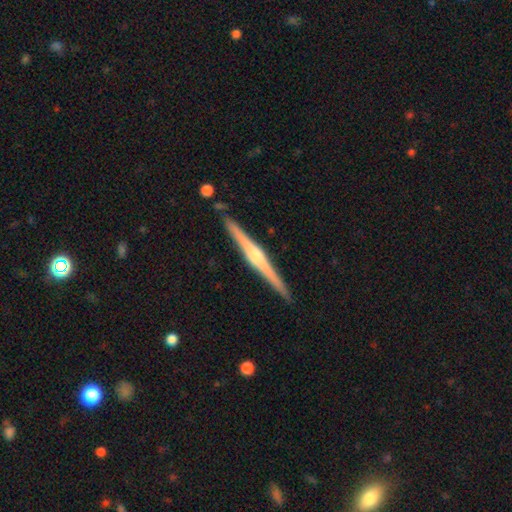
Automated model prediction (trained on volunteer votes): A featured or disk galaxy (81%) viewed edge-on (99%) with a rounded central bulge (85%). Merging: none (91%).